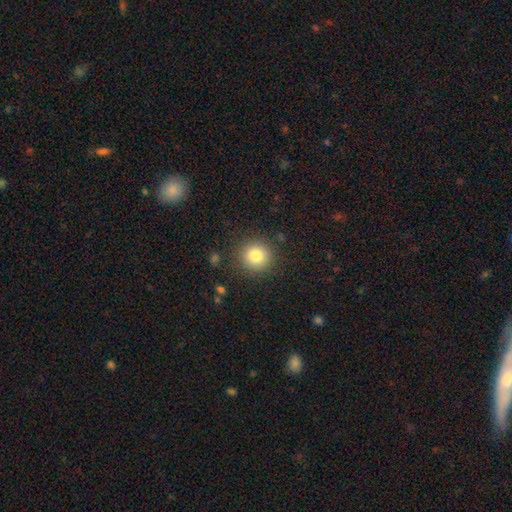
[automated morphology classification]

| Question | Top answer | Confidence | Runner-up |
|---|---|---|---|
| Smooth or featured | smooth | 82% | star or artifact (11%) |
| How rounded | round | 93% | in between (6%) |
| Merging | none | 88% | minor disturbance (8%) |